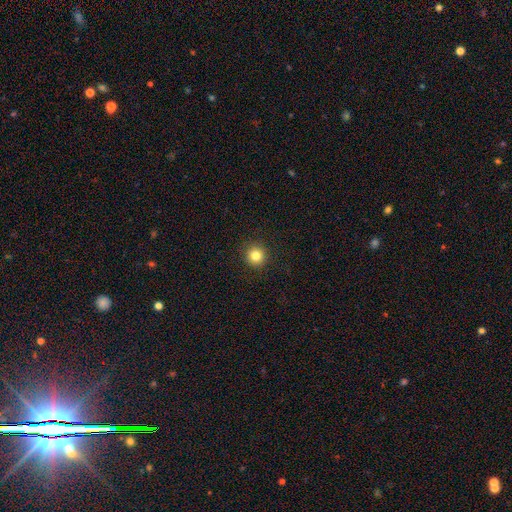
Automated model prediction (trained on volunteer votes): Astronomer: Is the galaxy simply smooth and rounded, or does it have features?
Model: smooth — 83%.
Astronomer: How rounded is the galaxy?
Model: round — 95%.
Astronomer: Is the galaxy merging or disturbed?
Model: none — 93%.